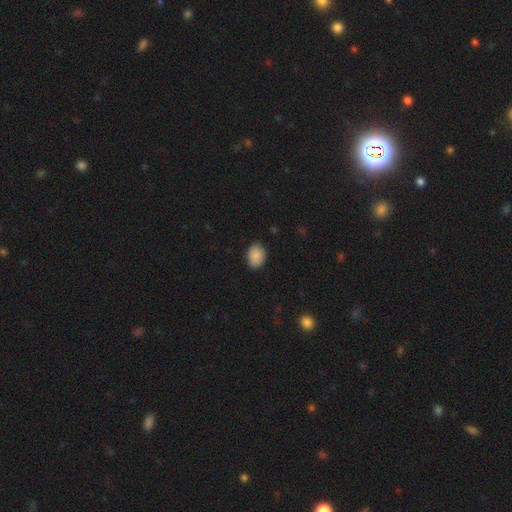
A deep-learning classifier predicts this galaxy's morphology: smooth-or-featured: smooth: 88% | star or artifact: 7% | featured or disk: 5%
  how-rounded: in between: 65% | round: 34% | cigar-shaped: 1%
  merging: none: 83% | minor disturbance: 13% | major disturbance: 2% | merger: 1%